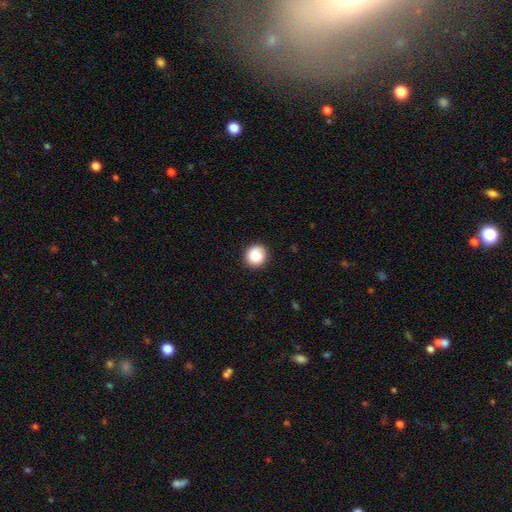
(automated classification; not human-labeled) Smooth or featured?
  - smooth: 86% *
  - star or artifact: 9%
  - featured or disk: 5%
How rounded?
  - round: 92% *
  - in between: 7%
  - cigar-shaped: 1%
Merging?
  - none: 88% *
  - minor disturbance: 9%
  - major disturbance: 2%
  - merger: 1%